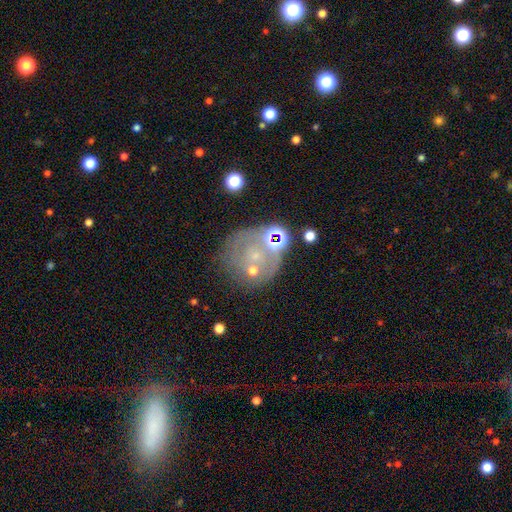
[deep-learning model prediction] Smooth or featured?
  - featured or disk: 50% *
  - smooth: 29%
  - star or artifact: 20%
Edge-on disk?
  - no: 97% *
  - yes: 3%
Merging?
  - none: 55% *
  - minor disturbance: 18%
  - major disturbance: 15%
  - merger: 12%